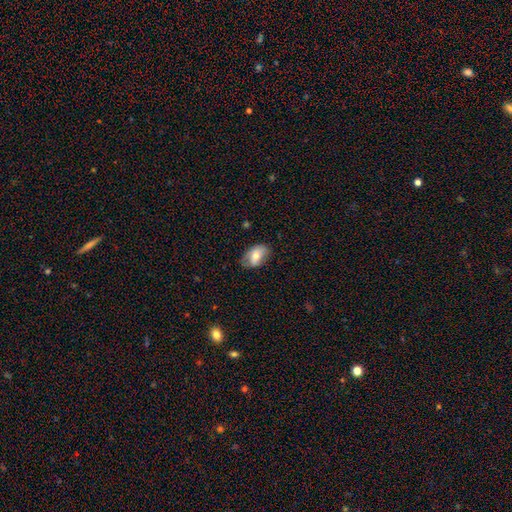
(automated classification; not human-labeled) A smooth galaxy with no disk features (61%) that is in between round and cigar-shaped (89%).

Vote fractions:
- Smooth or featured? smooth: 61% / featured or disk: 32% / star or artifact: 7%
- How rounded? in between: 89% / round: 10% / cigar-shaped: 2%
- Merging? none: 65% / minor disturbance: 27% / major disturbance: 7% / merger: 1%